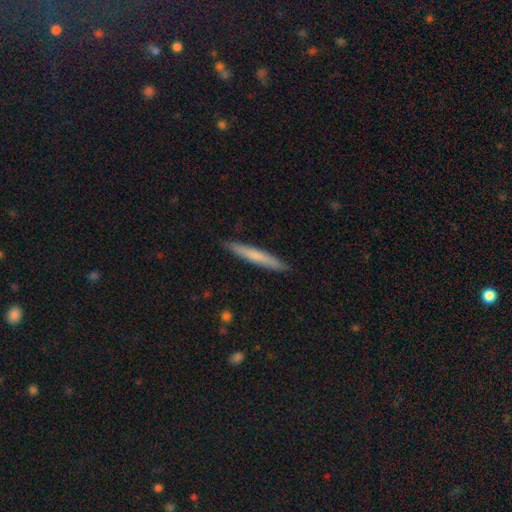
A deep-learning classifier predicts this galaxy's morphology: Overall: smooth (63%; featured or disk 32%). How rounded: cigar-shaped (96%). Merging: none (90%).